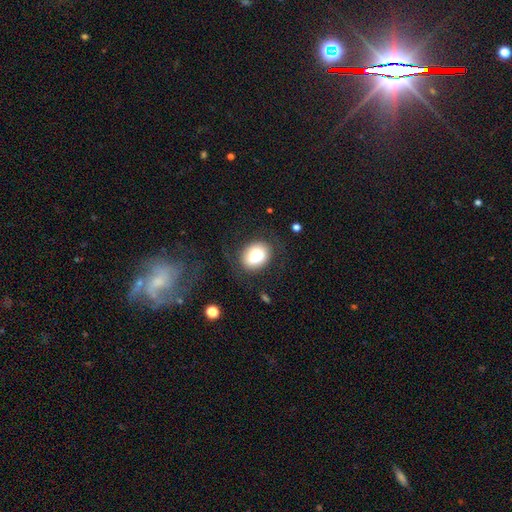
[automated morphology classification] smooth 77%, featured or disk 14%, star or artifact 8%. Down the decision tree: how rounded — round (51%); merging — none (75%).